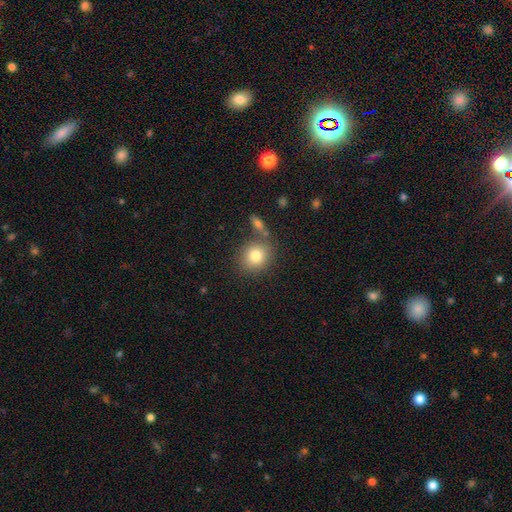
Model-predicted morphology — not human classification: This appears to be a smooth galaxy with no disk features (81%) that is round (78%). Merging: none (74%).